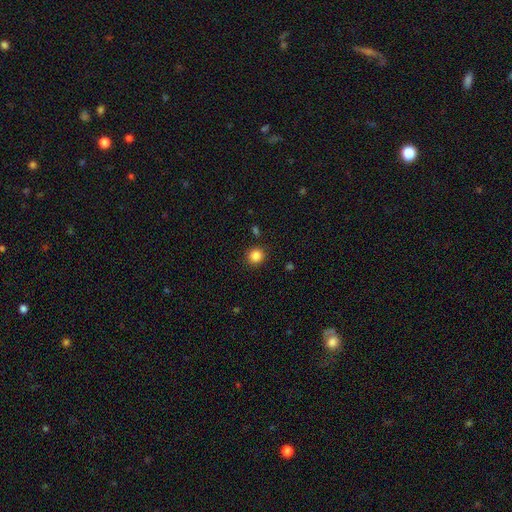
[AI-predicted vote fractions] This appears to be a smooth galaxy with no disk features (85%) that is round (87%). Merging: none (89%).